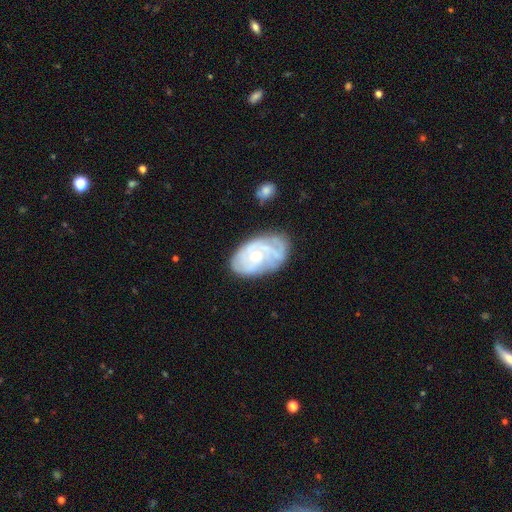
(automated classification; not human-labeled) This appears to be a featured or disk galaxy (74%) with no bar (78%), tight (61%) spiral arms (82%) and a small central bulge (52%). Merging: none (59%).